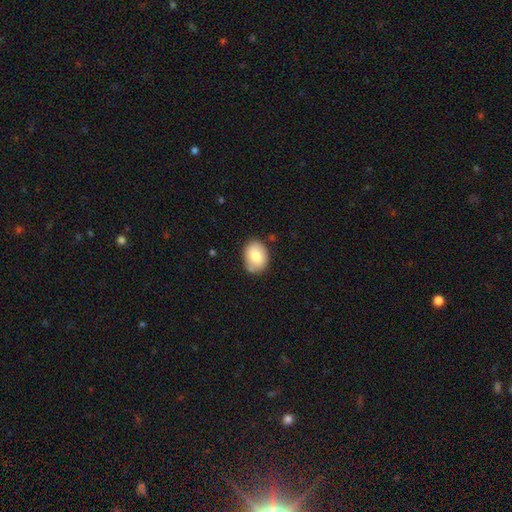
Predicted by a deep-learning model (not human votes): smooth 79%, featured or disk 14%, star or artifact 7%. Down the decision tree: how rounded — in between (72%); merging — none (75%).